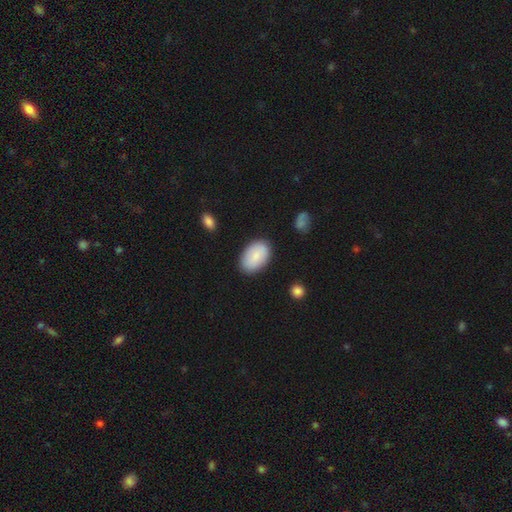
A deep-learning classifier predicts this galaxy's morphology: This appears to be a smooth galaxy with no disk features (84%) that is in between round and cigar-shaped (92%). Merging: none (85%).